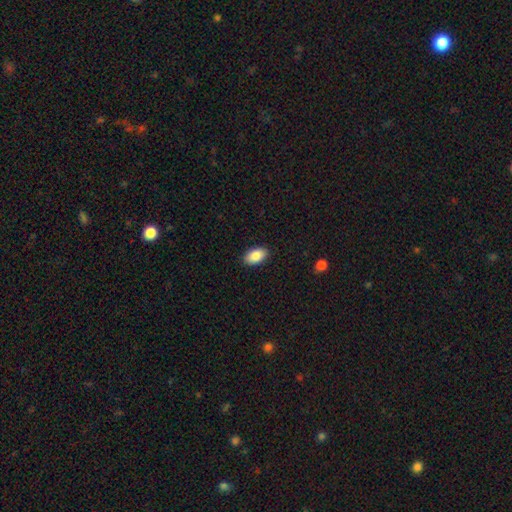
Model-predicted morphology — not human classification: A smooth galaxy with no disk features (87%) that is in between round and cigar-shaped (93%).

Vote fractions:
- Smooth or featured? smooth: 87% / star or artifact: 7% / featured or disk: 6%
- How rounded? in between: 93% / round: 5% / cigar-shaped: 2%
- Merging? none: 90% / minor disturbance: 8% / major disturbance: 2% / merger: 1%